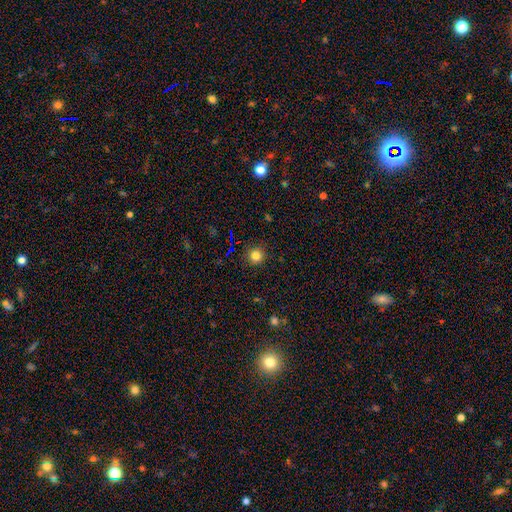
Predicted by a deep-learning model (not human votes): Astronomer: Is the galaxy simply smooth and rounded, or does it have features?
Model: smooth — 82%.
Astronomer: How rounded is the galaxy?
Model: round — 95%.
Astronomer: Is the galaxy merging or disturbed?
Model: none — 91%.